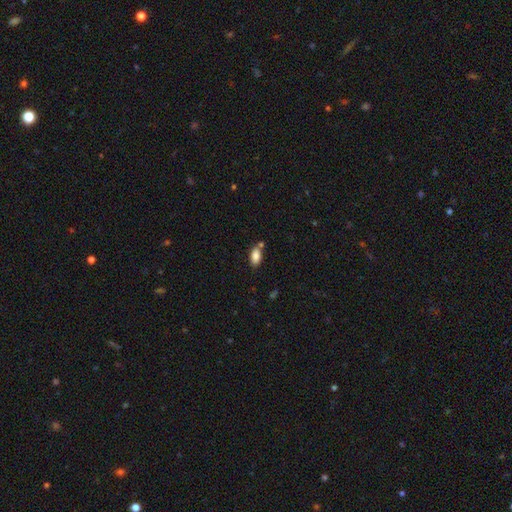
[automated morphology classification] Overall: smooth (85%). How rounded: in between (92%). Merging: none (69%).